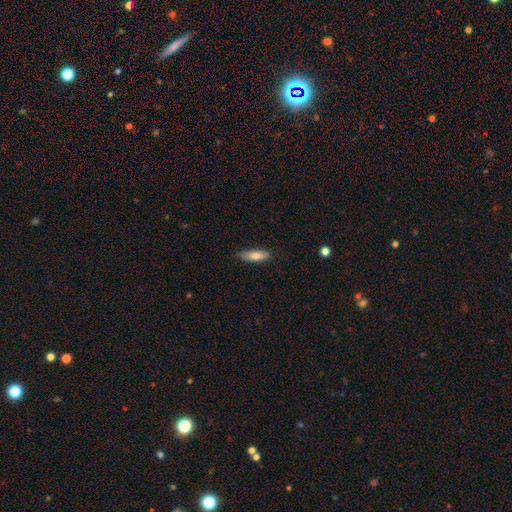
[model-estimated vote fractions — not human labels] smooth-or-featured: smooth: 80% | featured or disk: 14% | star or artifact: 6%
  how-rounded: cigar-shaped: 53% | in between: 45% | round: 2%
  merging: none: 73% | minor disturbance: 22% | major disturbance: 4% | merger: 1%